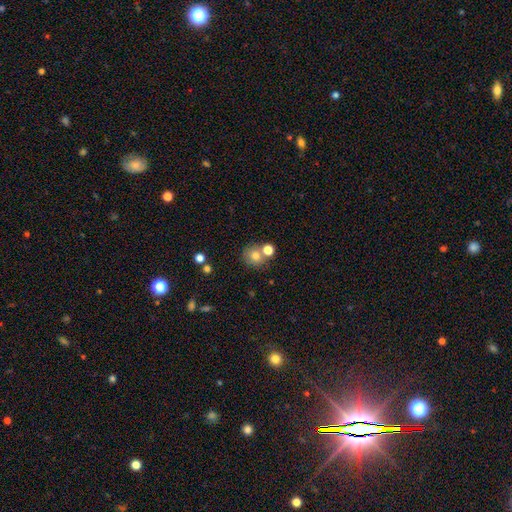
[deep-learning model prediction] Smooth or featured?
  - smooth: 75% *
  - star or artifact: 13%
  - featured or disk: 12%
How rounded?
  - round: 83% *
  - in between: 16%
  - cigar-shaped: 1%
Merging?
  - none: 62% *
  - merger: 25%
  - minor disturbance: 10%
  - major disturbance: 4%